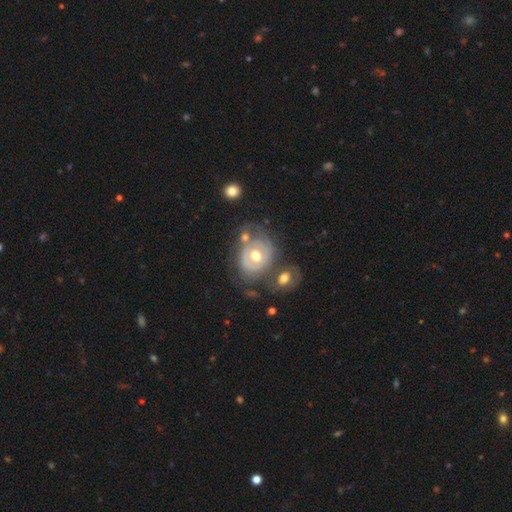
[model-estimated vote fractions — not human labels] Morphology: type=featured or disk (68%); edge-on=no (96%); bar=no (75%); spiral arms=no (53%); bulge=moderate (75%); merging=none (52%).